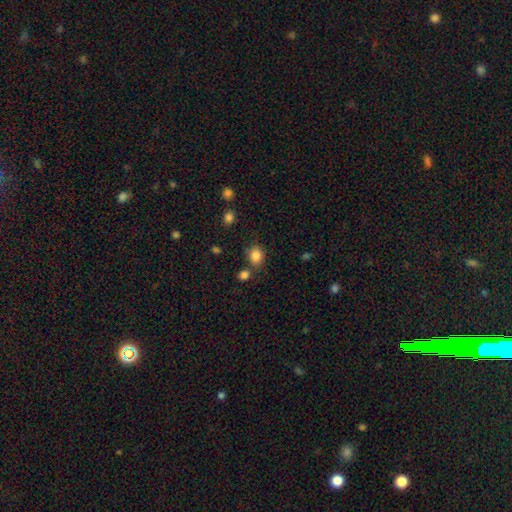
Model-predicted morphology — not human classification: The model was most divided on "how rounded": round: 54%, in between: 45%, cigar-shaped: 1%. More confident: smooth or featured — smooth (85%); merging — none (72%).